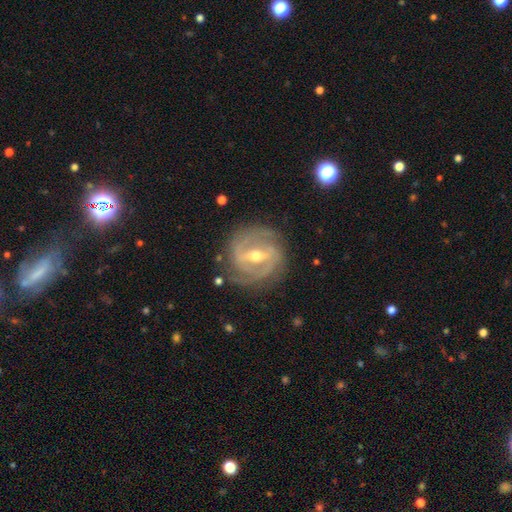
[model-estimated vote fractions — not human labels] featured or disk 89%, smooth 6%, star or artifact 5%. Down the decision tree: edge-on disk — no (96%); bar — strong (60%); spiral arms — yes (96%); spiral arm count — 2 (64%); spiral winding — tight (59%); bulge size — moderate (60%); merging — none (81%).